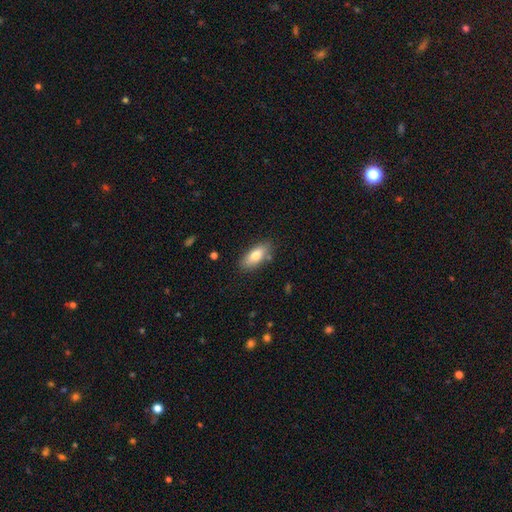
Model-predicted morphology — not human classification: Smooth or featured?
  - smooth: 76% *
  - featured or disk: 17%
  - star or artifact: 7%
How rounded?
  - in between: 82% *
  - cigar-shaped: 15%
  - round: 3%
Merging?
  - none: 82% *
  - minor disturbance: 12%
  - merger: 3%
  - major disturbance: 3%